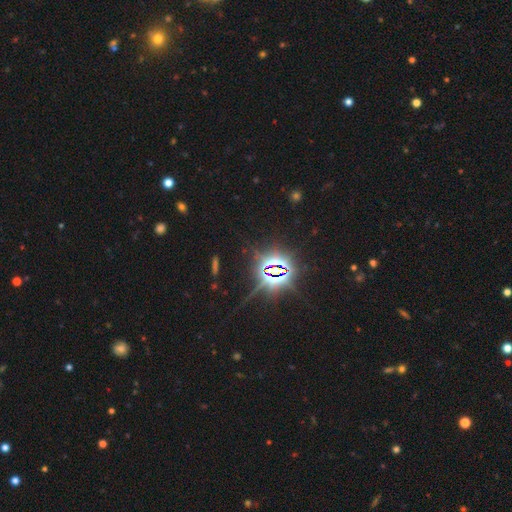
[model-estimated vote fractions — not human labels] A star or artifact, not a galaxy (85%).

Vote fractions:
- Smooth or featured? star or artifact: 85% / smooth: 8% / featured or disk: 7%